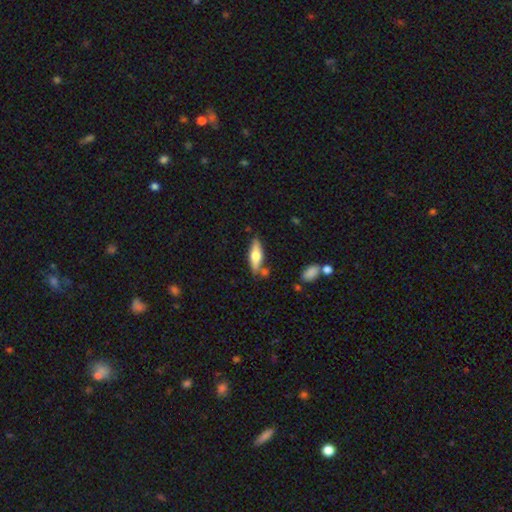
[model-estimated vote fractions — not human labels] smooth_or_featured: smooth (p=0.51) [alt: featured or disk p=0.43]
how_rounded: cigar-shaped (p=0.52) [alt: in between p=0.46]
merging: none (p=0.75) [alt: minor disturbance p=0.14]